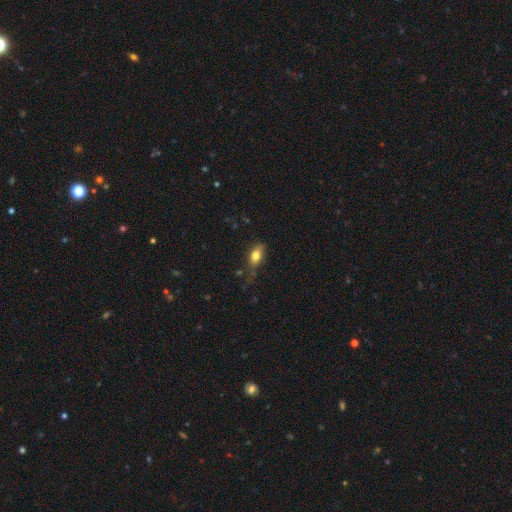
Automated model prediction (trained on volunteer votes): Smooth or featured? Predicted: smooth (p=0.79). How rounded? Predicted: in between (p=0.83). Merging? Predicted: none (p=0.62).